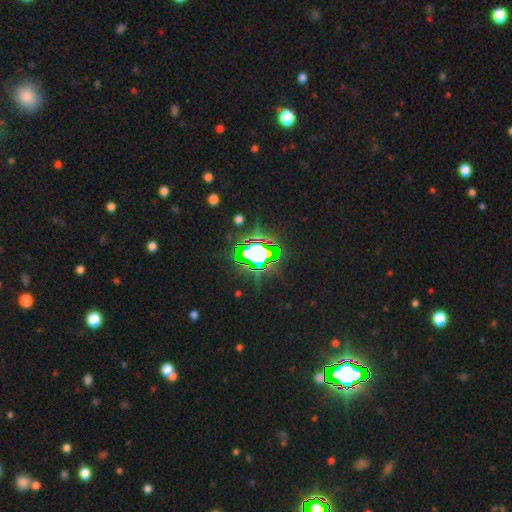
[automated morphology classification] star or artifact 82%, smooth 10%, featured or disk 8%.